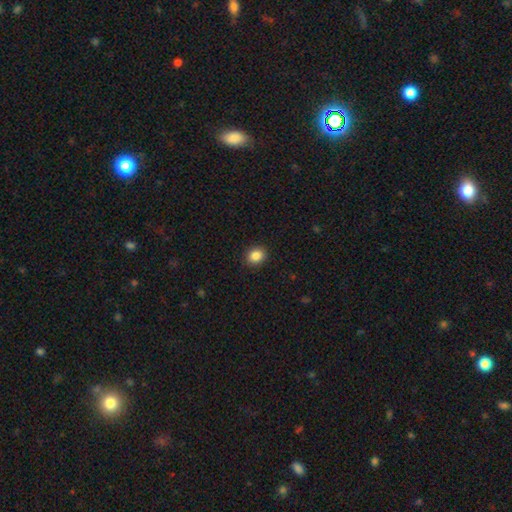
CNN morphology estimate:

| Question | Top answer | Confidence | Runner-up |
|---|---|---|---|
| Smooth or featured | smooth | 87% | star or artifact (9%) |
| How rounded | round | 59% | in between (40%) |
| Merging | none | 90% | minor disturbance (7%) |